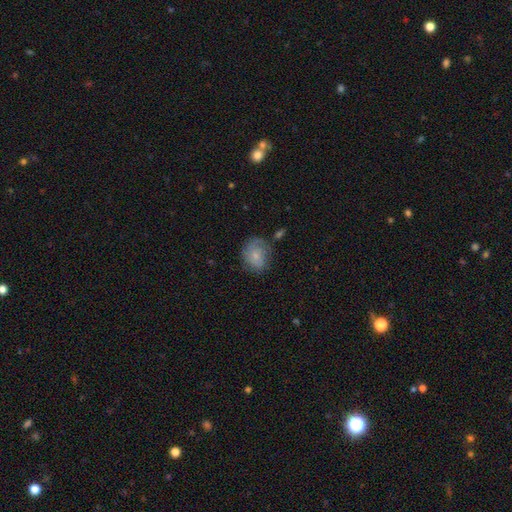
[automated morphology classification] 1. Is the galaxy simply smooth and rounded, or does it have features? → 54% smooth, 39% featured or disk, 8% star or artifact.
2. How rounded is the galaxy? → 54% round, 45% in between, 1% cigar-shaped.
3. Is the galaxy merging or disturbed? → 60% none, 26% minor disturbance, 11% major disturbance, 4% merger.